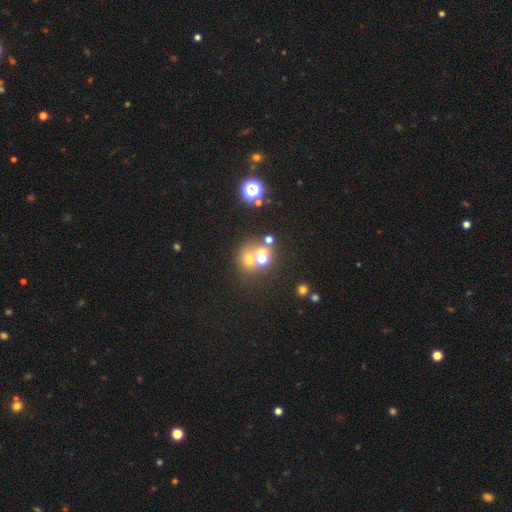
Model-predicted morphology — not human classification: Overall: smooth (53%; star or artifact 26%). How rounded: round (76%). Merging: merger (49%; none 39%).